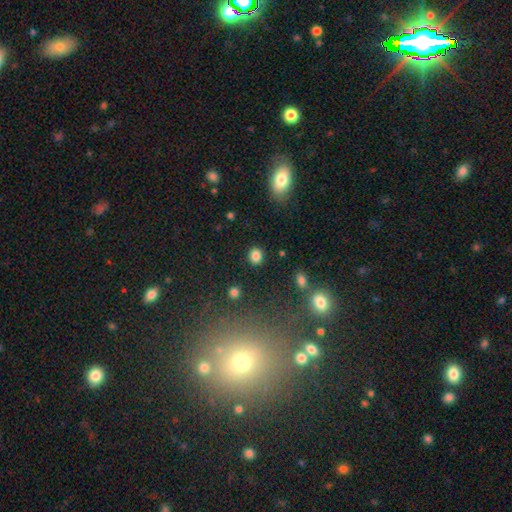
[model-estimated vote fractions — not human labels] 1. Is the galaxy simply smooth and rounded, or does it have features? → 84% smooth, 11% star or artifact, 5% featured or disk.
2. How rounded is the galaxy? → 77% round, 22% in between, 1% cigar-shaped.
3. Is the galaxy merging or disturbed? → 89% none, 7% minor disturbance, 2% major disturbance, 2% merger.